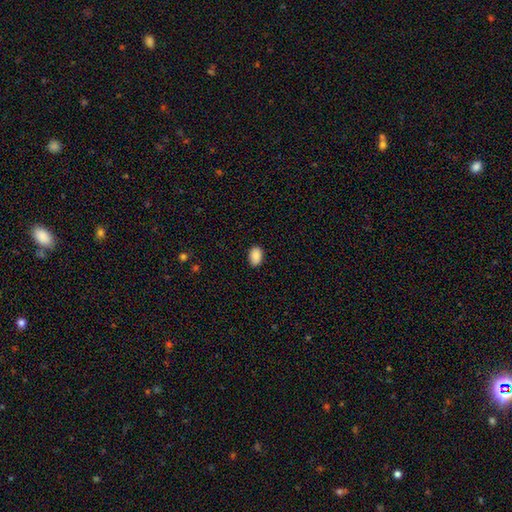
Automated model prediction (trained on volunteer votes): smooth_or_featured: smooth (p=0.89) [alt: star or artifact p=0.07]
how_rounded: in between (p=0.85) [alt: round p=0.14]
merging: none (p=0.88) [alt: minor disturbance p=0.09]